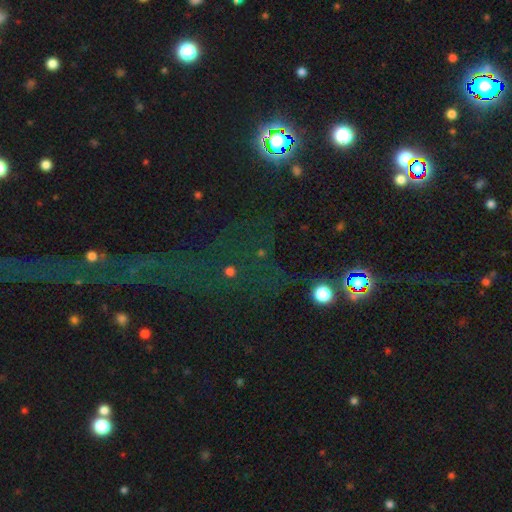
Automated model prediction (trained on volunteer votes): Smooth or featured? star or artifact (69%)